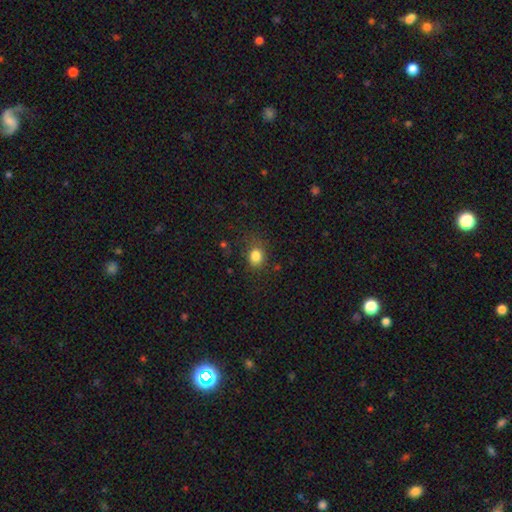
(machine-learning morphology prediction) Smooth or featured? smooth (83%)
How rounded? round (56%)
Merging? none (71%)